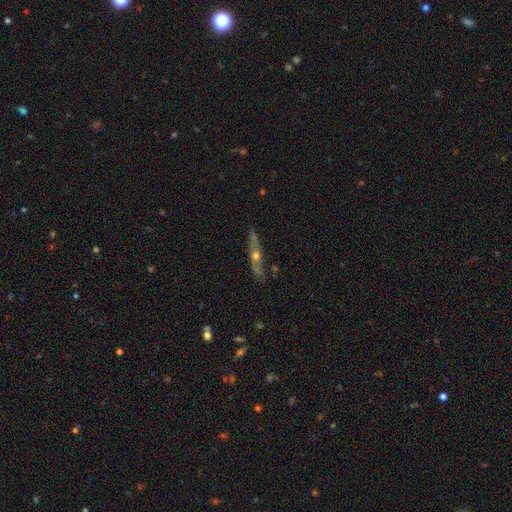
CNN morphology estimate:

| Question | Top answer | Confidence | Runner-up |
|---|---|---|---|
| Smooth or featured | featured or disk | 71% | smooth (22%) |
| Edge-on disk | yes | 89% | no (11%) |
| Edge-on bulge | rounded | 91% | none (7%) |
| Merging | none | 84% | minor disturbance (12%) |